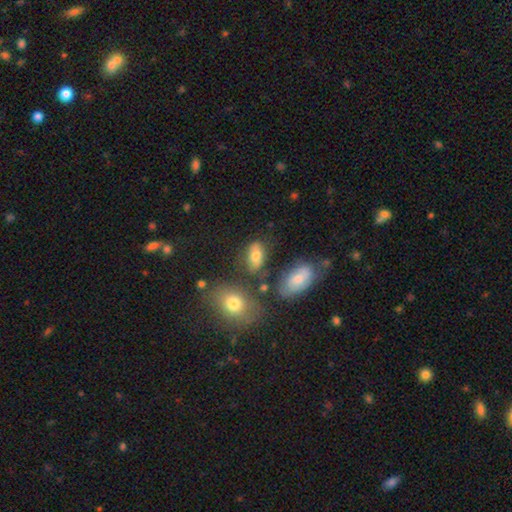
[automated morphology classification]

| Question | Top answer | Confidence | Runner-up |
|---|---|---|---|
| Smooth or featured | smooth | 70% | featured or disk (17%) |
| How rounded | in between | 85% | round (11%) |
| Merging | none | 63% | minor disturbance (19%) |